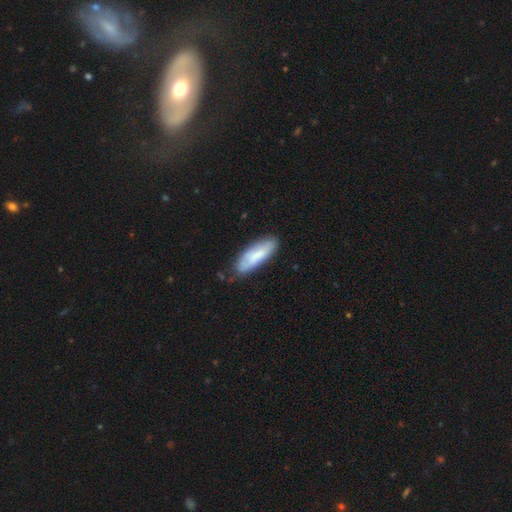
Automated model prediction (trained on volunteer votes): Overall: smooth (74%). How rounded: in between (58%; cigar-shaped 40%). Merging: none (72%).